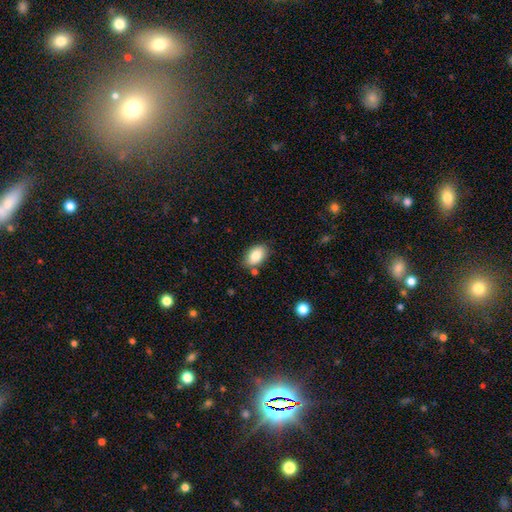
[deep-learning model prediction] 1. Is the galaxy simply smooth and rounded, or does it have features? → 82% smooth, 10% featured or disk, 7% star or artifact.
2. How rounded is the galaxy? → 90% in between, 8% round, 2% cigar-shaped.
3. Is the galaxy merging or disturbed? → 79% none, 14% minor disturbance, 5% merger, 3% major disturbance.